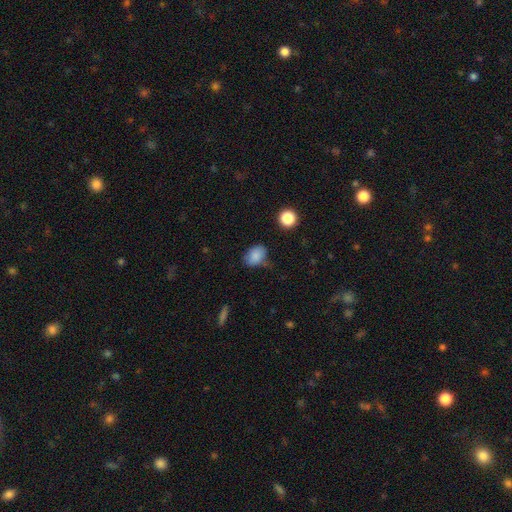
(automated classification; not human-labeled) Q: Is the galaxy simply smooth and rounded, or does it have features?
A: smooth — 84%.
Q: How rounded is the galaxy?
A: in between — 71%.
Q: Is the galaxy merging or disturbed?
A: none — 60%.